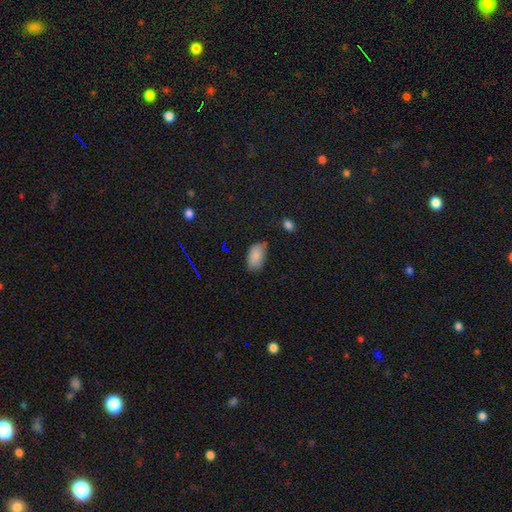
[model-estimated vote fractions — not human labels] smooth_or_featured: smooth (p=0.84) [alt: star or artifact p=0.09]
how_rounded: in between (p=0.93) [alt: round p=0.05]
merging: none (p=0.67) [alt: minor disturbance p=0.26]